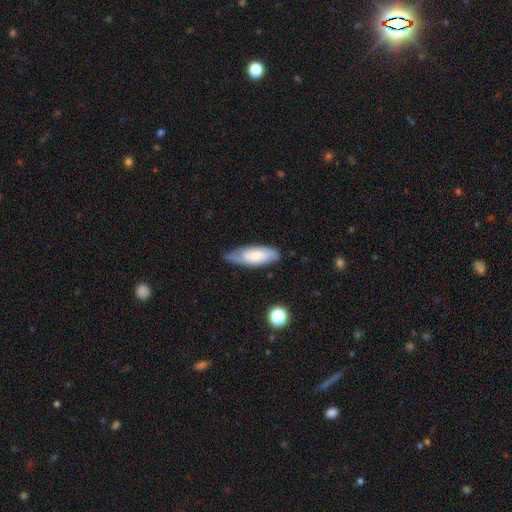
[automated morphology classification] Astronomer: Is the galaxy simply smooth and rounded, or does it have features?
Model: smooth — 51% (runner-up: featured or disk, 43%).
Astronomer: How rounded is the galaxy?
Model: in between — 70%.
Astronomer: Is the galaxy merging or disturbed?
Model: none — 63%.